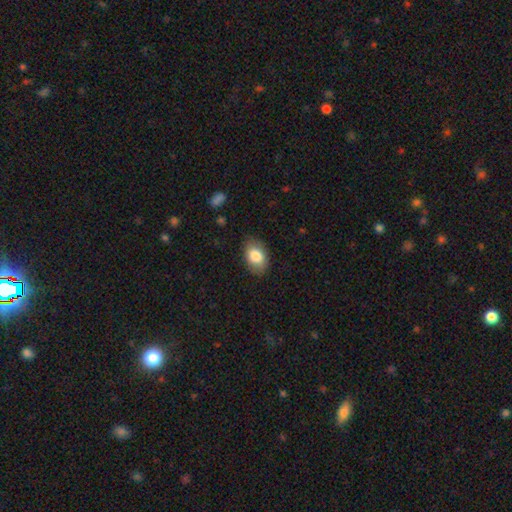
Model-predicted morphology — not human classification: Smooth or featured?
  - smooth: 82% *
  - featured or disk: 10%
  - star or artifact: 7%
How rounded?
  - in between: 87% *
  - round: 11%
  - cigar-shaped: 1%
Merging?
  - none: 82% *
  - minor disturbance: 14%
  - major disturbance: 3%
  - merger: 1%